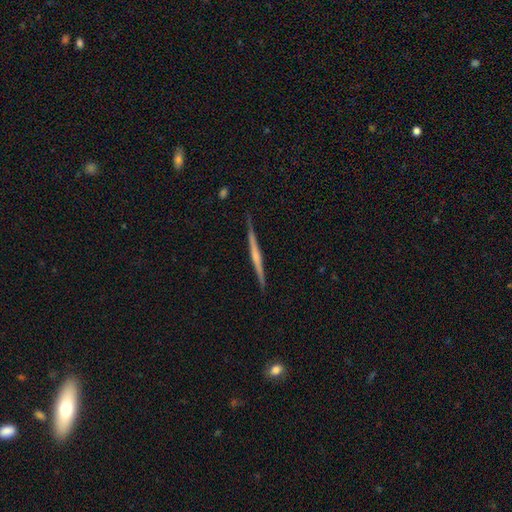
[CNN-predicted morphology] The model was most divided on "edge-on bulge": none: 47%, rounded: 40%, boxy: 14%. More confident: edge-on disk — yes (98%); merging — none (89%); smooth or featured — featured or disk (71%).